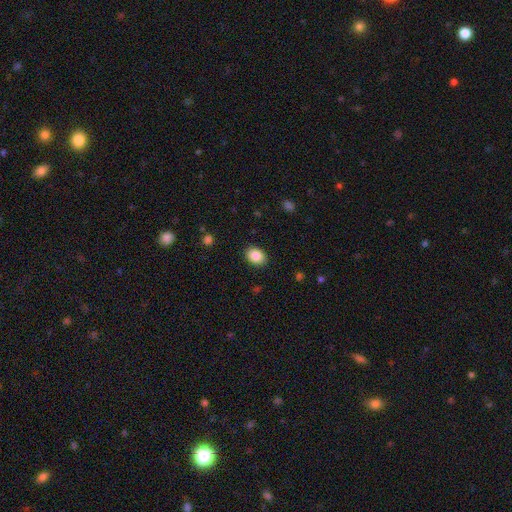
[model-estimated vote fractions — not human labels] Smooth or featured? Predicted: smooth (p=0.87). How rounded? Predicted: in between (p=0.64). Merging? Predicted: none (p=0.89).